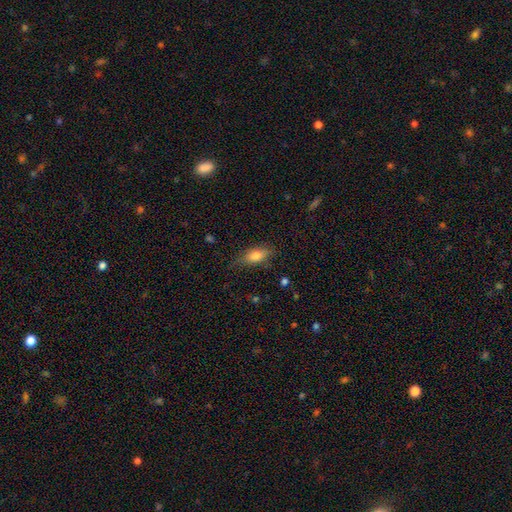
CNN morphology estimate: smooth_or_featured: smooth (p=0.78) [alt: featured or disk p=0.14]
how_rounded: in between (p=0.81) [alt: cigar-shaped p=0.15]
merging: none (p=0.71) [alt: minor disturbance p=0.21]